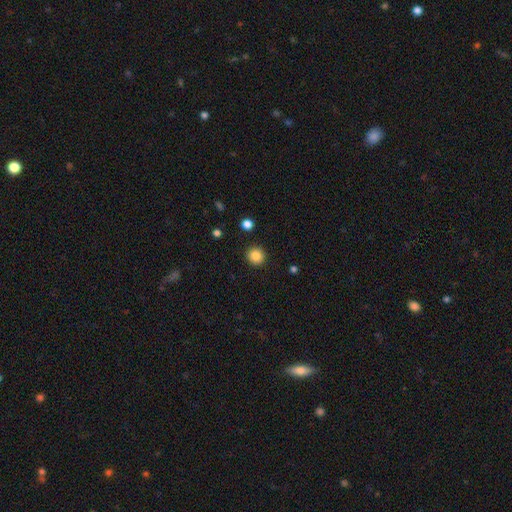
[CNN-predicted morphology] Smooth or featured? smooth (86%)
How rounded? round (92%)
Merging? none (92%)